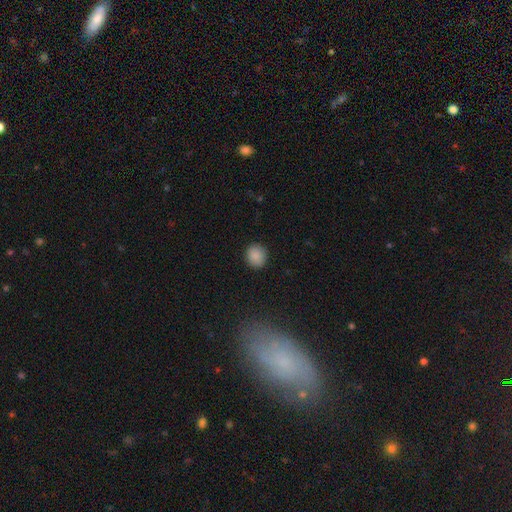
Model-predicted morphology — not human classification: smooth-or-featured: smooth: 88% | star or artifact: 9% | featured or disk: 4%
  how-rounded: round: 84% | in between: 15% | cigar-shaped: 1%
  merging: none: 91% | minor disturbance: 6% | major disturbance: 2% | merger: 1%